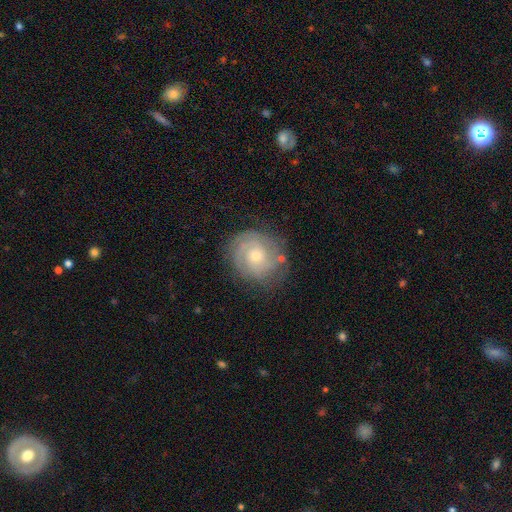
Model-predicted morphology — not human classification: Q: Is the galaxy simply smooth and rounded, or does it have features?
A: featured or disk — 77%.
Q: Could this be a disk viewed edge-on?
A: no — 98%.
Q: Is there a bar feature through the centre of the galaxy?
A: no — 75%.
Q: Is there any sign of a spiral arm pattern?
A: yes — 94%.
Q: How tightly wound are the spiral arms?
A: tight — 71%.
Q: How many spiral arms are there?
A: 2 — 32%.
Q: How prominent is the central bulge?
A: small — 54%.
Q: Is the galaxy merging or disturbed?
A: none — 78%.